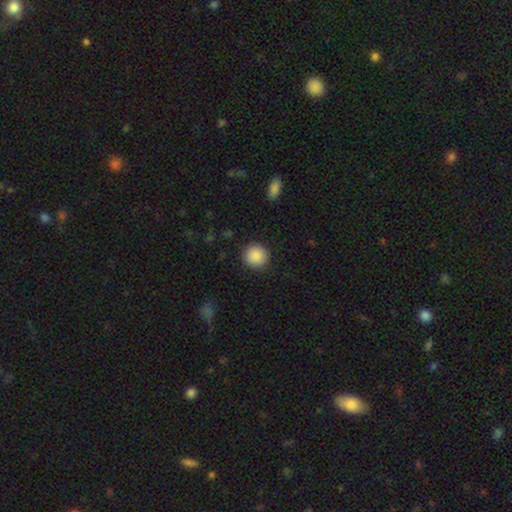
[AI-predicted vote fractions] A smooth galaxy with no disk features (89%) that is round (93%).

Vote fractions:
- Smooth or featured? smooth: 89% / star or artifact: 8% / featured or disk: 3%
- How rounded? round: 93% / in between: 6% / cigar-shaped: 1%
- Merging? none: 91% / minor disturbance: 6% / major disturbance: 2% / merger: 1%